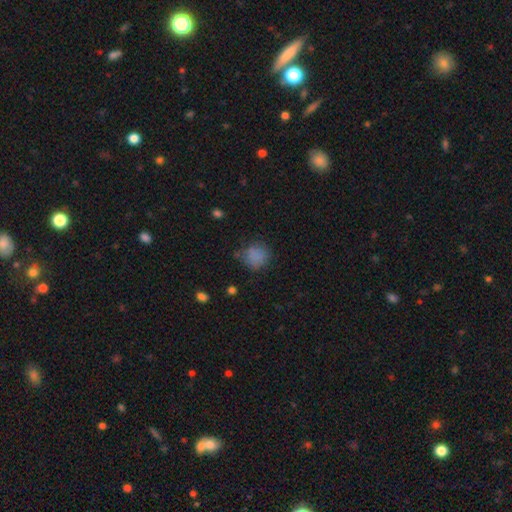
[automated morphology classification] smooth 81%, star or artifact 12%, featured or disk 7%. Down the decision tree: how rounded — round (83%); merging — none (64%).